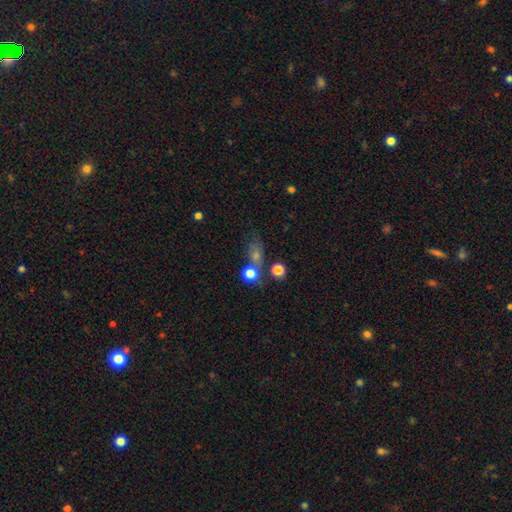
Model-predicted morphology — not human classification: This appears to be a smooth galaxy with no disk features (52%) that is round (50%). Merging: none (52%).